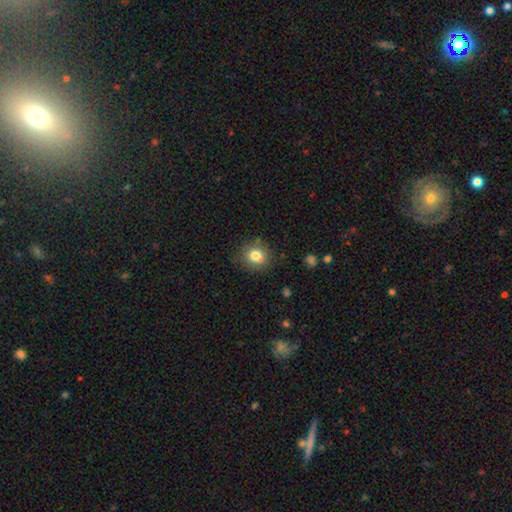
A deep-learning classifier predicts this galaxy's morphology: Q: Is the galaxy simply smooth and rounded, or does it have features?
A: smooth — 78%.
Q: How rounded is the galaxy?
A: round — 72%.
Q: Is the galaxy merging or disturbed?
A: none — 71%.